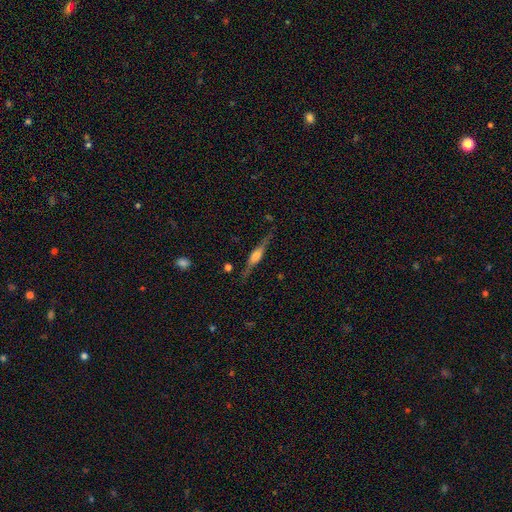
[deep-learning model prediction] A featured or disk galaxy (75%) viewed edge-on (97%) with a rounded central bulge (71%). Merging: none (84%).